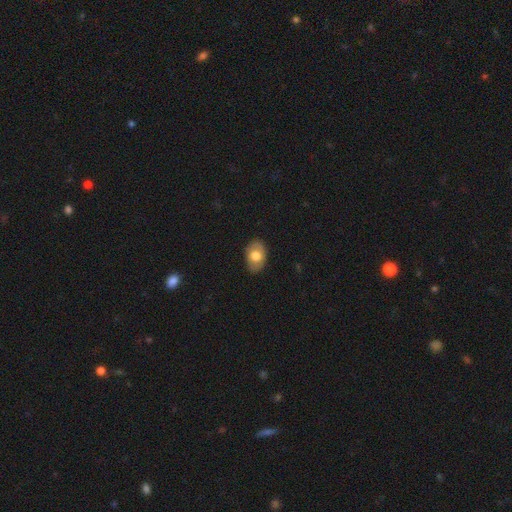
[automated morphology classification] This is likely a smooth galaxy (68%). How rounded: clearly in between (86%). Merging: clearly none (84%).